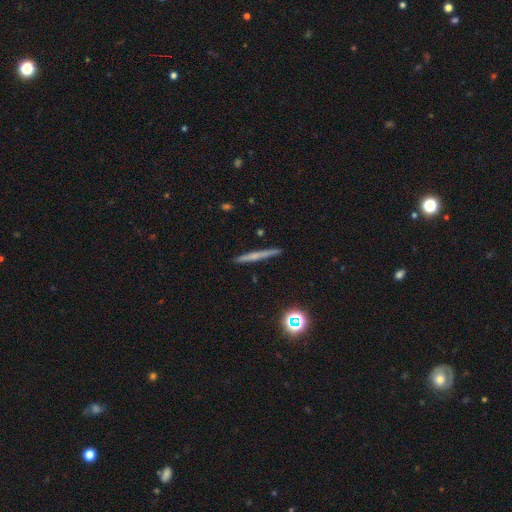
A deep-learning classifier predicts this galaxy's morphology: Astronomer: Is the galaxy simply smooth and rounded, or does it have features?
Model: featured or disk — 51% (runner-up: smooth, 39%).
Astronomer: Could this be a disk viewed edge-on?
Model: yes — 96%.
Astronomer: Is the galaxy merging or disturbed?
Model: none — 90%.